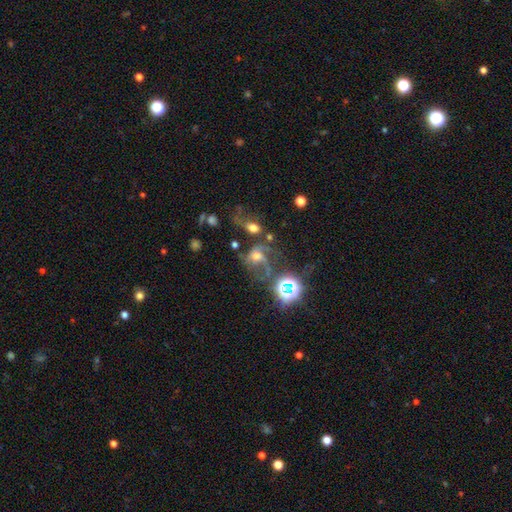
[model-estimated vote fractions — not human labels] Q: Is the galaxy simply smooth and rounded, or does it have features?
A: featured or disk — 43%.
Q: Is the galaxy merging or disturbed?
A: major disturbance — 35%.